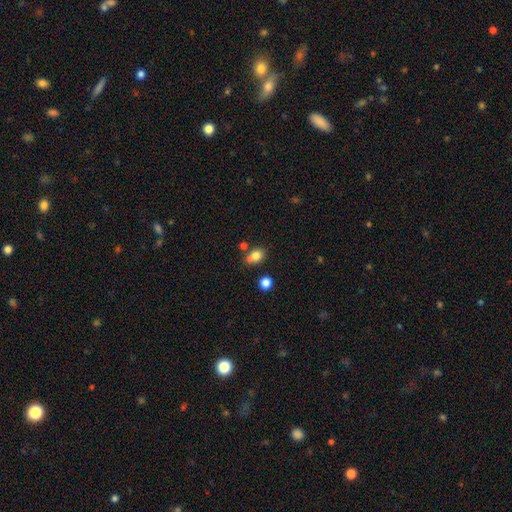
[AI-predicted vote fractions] A smooth galaxy with no disk features (79%) that is round (66%).

Vote fractions:
- Smooth or featured? smooth: 79% / star or artifact: 12% / featured or disk: 9%
- How rounded? round: 66% / in between: 32% / cigar-shaped: 1%
- Merging? none: 53% / merger: 31% / minor disturbance: 11% / major disturbance: 4%